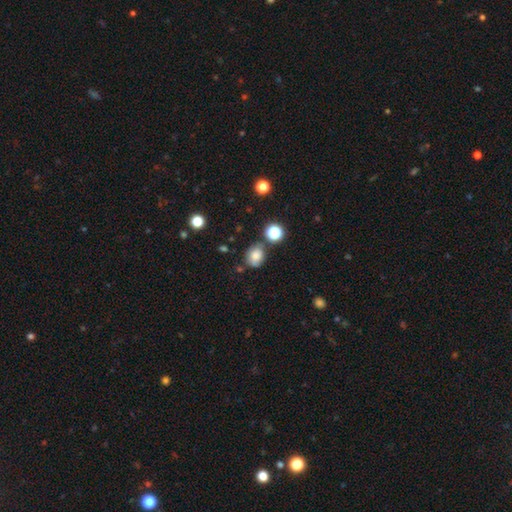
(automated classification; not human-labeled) smooth_or_featured: smooth (p=0.75) [alt: star or artifact p=0.13]
how_rounded: round (p=0.56) [alt: in between p=0.42]
merging: none (p=0.64) [alt: minor disturbance p=0.21]